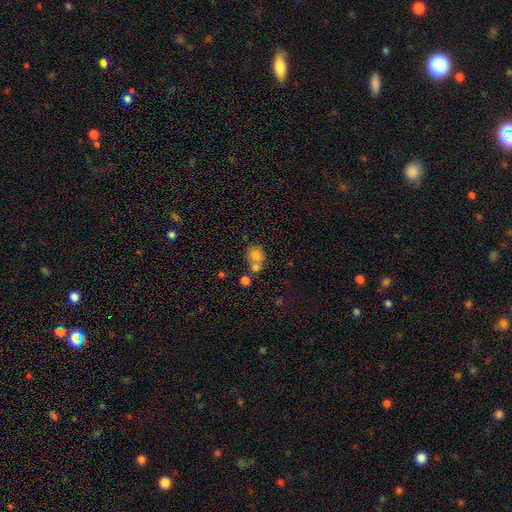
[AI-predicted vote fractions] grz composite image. It shows a smooth galaxy with no disk features (76%) that is round (72%). Merging: none (43%).